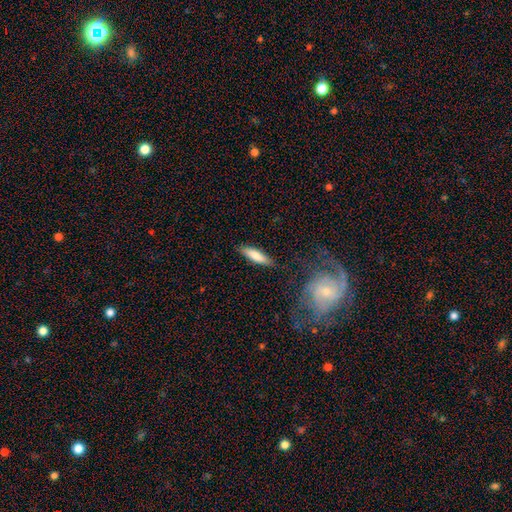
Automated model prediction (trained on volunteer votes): A smooth galaxy with no disk features (79%) that is cigar-shaped (65%).

Vote fractions:
- Smooth or featured? smooth: 79% / featured or disk: 15% / star or artifact: 6%
- How rounded? cigar-shaped: 65% / in between: 33% / round: 2%
- Merging? none: 85% / minor disturbance: 11% / major disturbance: 3% / merger: 2%